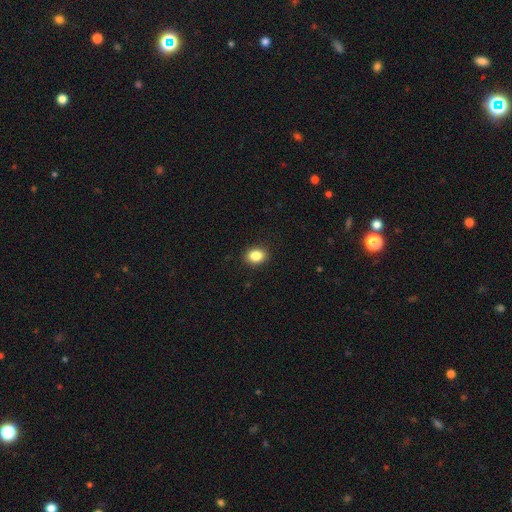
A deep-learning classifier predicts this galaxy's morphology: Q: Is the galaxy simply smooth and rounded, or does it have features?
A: smooth — 86%.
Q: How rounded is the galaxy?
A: in between — 57%.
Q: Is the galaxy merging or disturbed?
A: none — 90%.